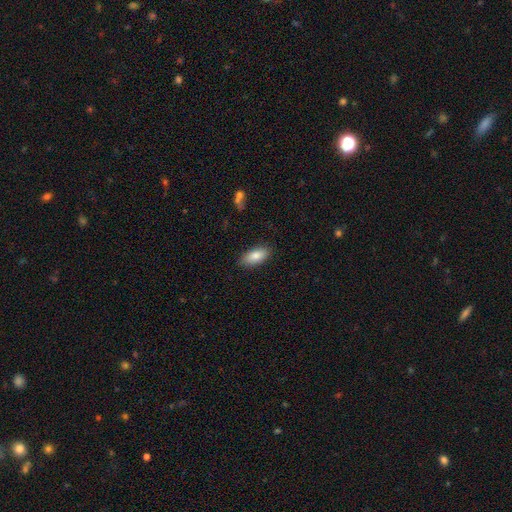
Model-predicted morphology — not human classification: Smooth or featured? Predicted: smooth (p=0.83). How rounded? Predicted: in between (p=0.86). Merging? Predicted: none (p=0.86).